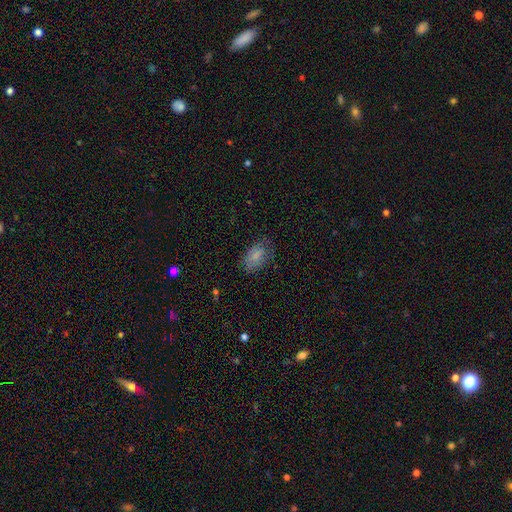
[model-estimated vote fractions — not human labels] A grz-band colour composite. It shows a smooth galaxy with no disk features (78%) that is in between round and cigar-shaped (89%). Merging: none (64%).